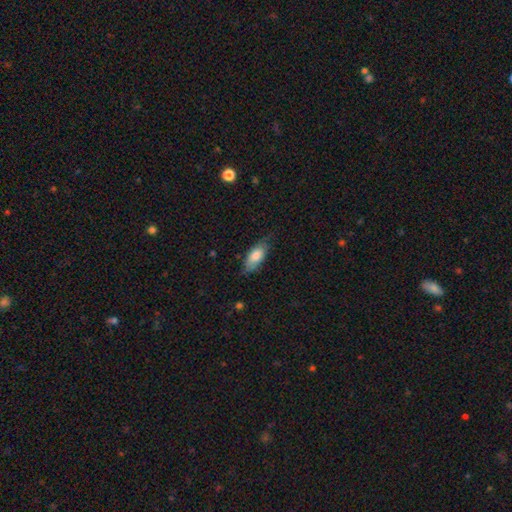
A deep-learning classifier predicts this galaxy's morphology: Overall: smooth (77%). How rounded: in between (84%). Merging: none (67%).